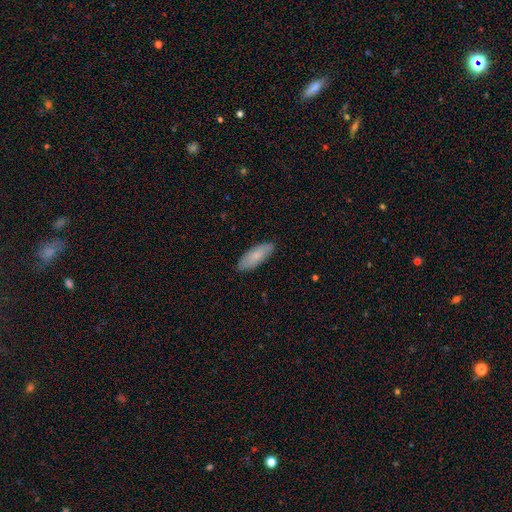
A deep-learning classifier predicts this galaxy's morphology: Smooth or featured?
  - smooth: 75% *
  - featured or disk: 19%
  - star or artifact: 6%
How rounded?
  - in between: 69% *
  - cigar-shaped: 29%
  - round: 2%
Merging?
  - none: 85% *
  - minor disturbance: 12%
  - major disturbance: 2%
  - merger: 1%